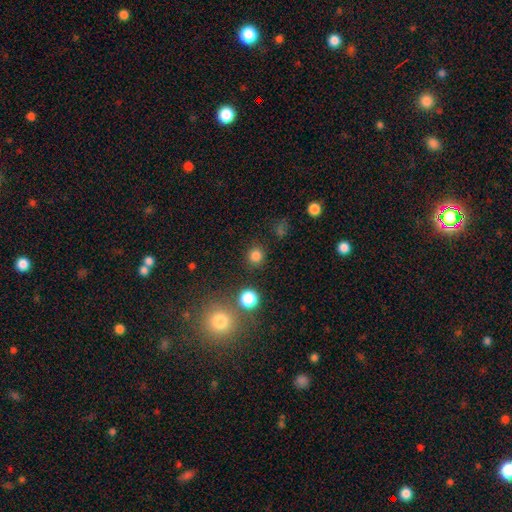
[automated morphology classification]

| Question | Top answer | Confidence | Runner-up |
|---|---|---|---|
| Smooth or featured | smooth | 80% | star or artifact (16%) |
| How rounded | round | 93% | in between (6%) |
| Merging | none | 88% | minor disturbance (6%) |